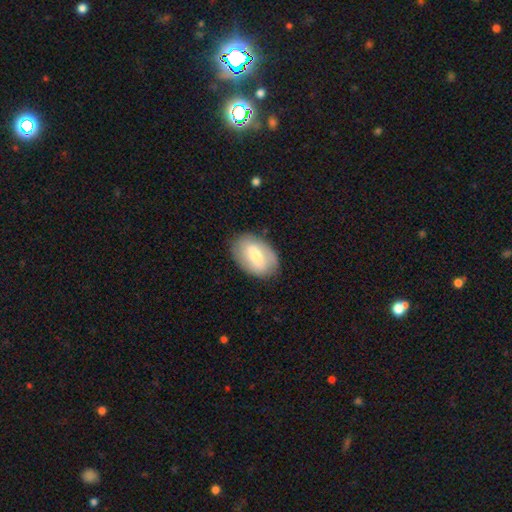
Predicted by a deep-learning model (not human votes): smooth-or-featured: smooth: 58% | featured or disk: 36% | star or artifact: 7%
  how-rounded: in between: 88% | round: 11% | cigar-shaped: 2%
  merging: none: 82% | minor disturbance: 13% | major disturbance: 4% | merger: 1%